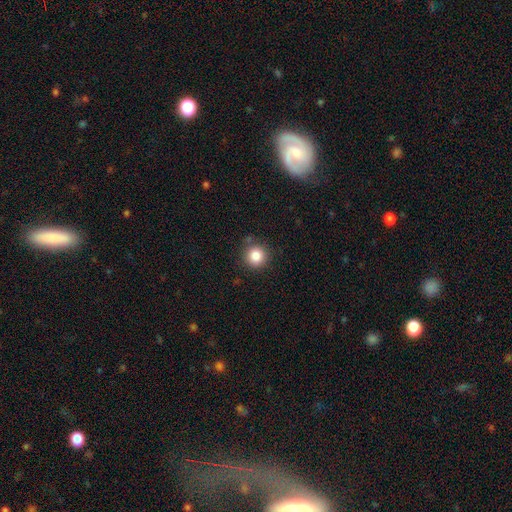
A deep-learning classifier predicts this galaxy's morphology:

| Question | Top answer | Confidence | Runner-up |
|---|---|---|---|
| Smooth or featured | smooth | 84% | star or artifact (11%) |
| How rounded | round | 94% | in between (5%) |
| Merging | none | 86% | minor disturbance (9%) |